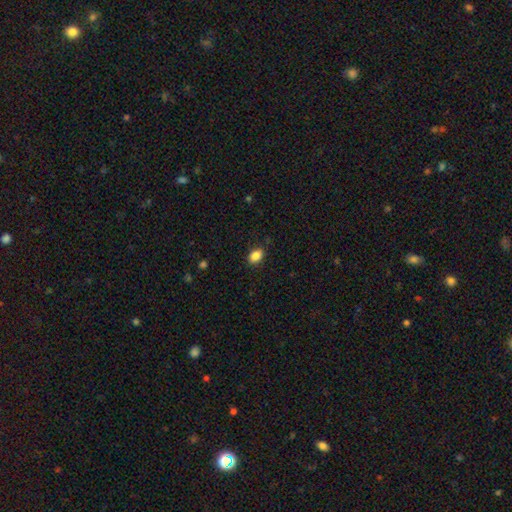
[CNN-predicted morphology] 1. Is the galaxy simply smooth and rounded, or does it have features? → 87% smooth, 9% star or artifact, 4% featured or disk.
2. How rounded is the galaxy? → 81% in between, 17% round, 1% cigar-shaped.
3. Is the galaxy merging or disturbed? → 87% none, 10% minor disturbance, 2% major disturbance, 1% merger.